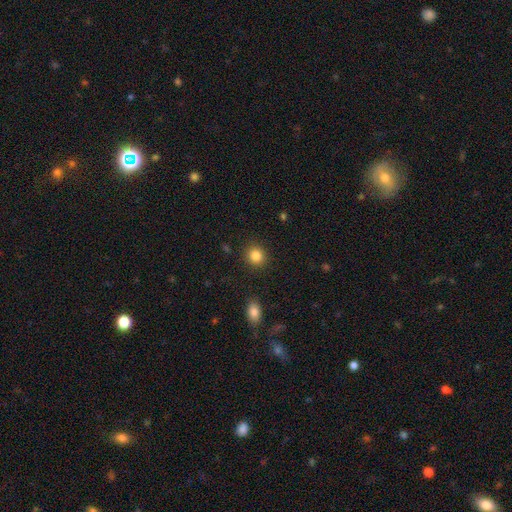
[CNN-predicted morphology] This is clearly a smooth galaxy (85%). How rounded: clearly round (86%). Merging: clearly none (90%).